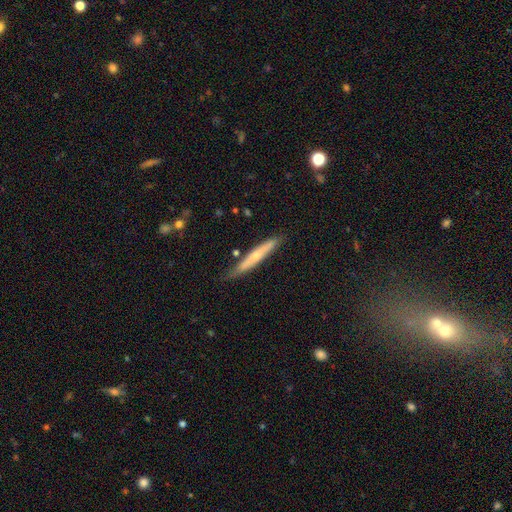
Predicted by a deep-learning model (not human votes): Morphology: type=smooth (49%); merging=none (78%).